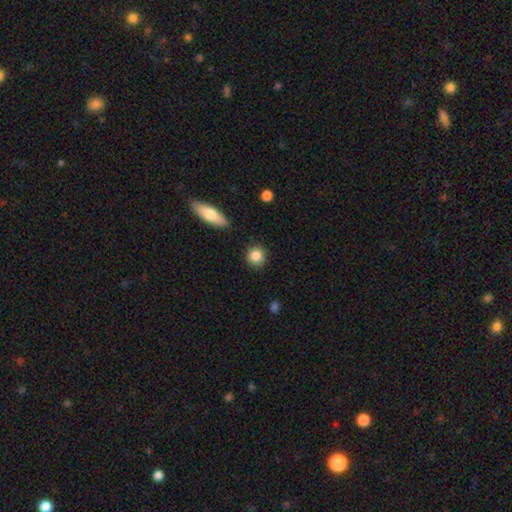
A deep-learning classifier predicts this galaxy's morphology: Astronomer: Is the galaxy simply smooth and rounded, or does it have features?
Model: smooth — 86%.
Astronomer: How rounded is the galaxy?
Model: round — 87%.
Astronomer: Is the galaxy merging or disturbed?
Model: none — 88%.